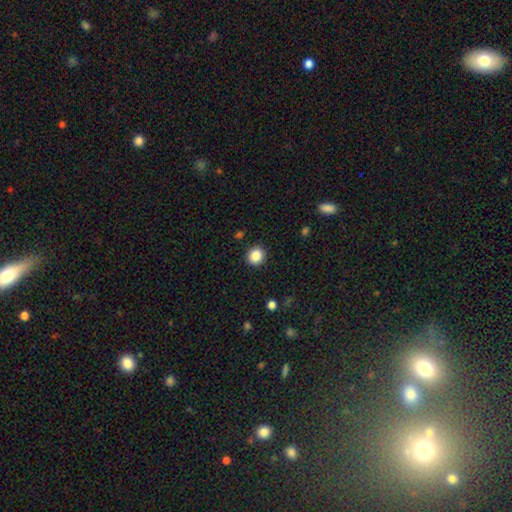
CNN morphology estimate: type=smooth (85%); roundness=round (90%); merging=none (91%).